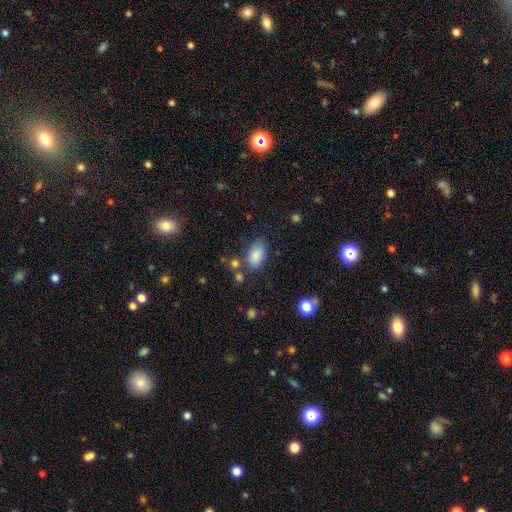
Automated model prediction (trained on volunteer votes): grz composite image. It shows a smooth galaxy with no disk features (85%) that is in between round and cigar-shaped (91%). Merging: none (67%).